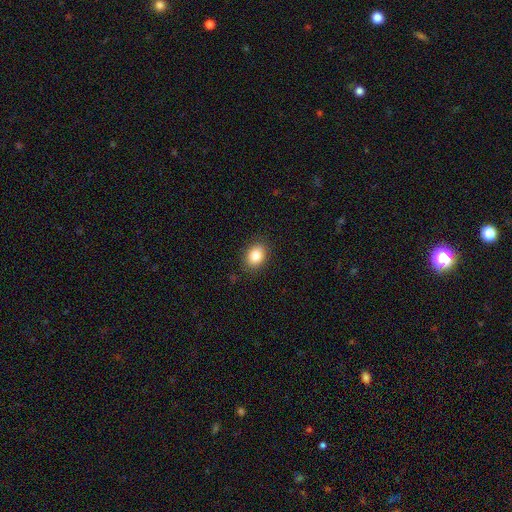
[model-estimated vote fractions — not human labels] smooth_or_featured: smooth (p=0.84) [alt: star or artifact p=0.09]
how_rounded: in between (p=0.68) [alt: round p=0.31]
merging: none (p=0.87) [alt: minor disturbance p=0.10]